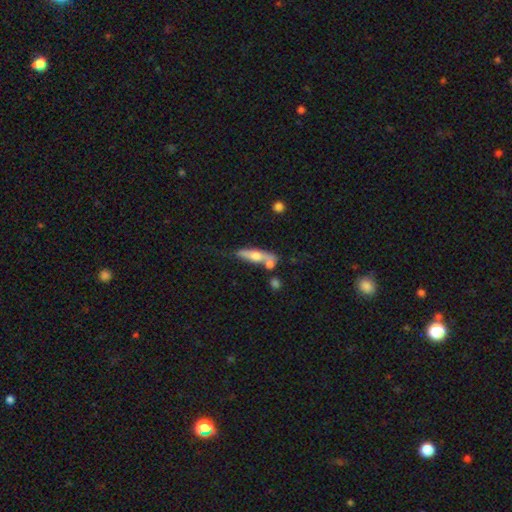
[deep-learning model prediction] Smooth or featured?
  - smooth: 51% *
  - featured or disk: 42%
  - star or artifact: 6%
How rounded?
  - cigar-shaped: 64% *
  - in between: 32%
  - round: 3%
Merging?
  - none: 49% *
  - merger: 25%
  - minor disturbance: 19%
  - major disturbance: 7%